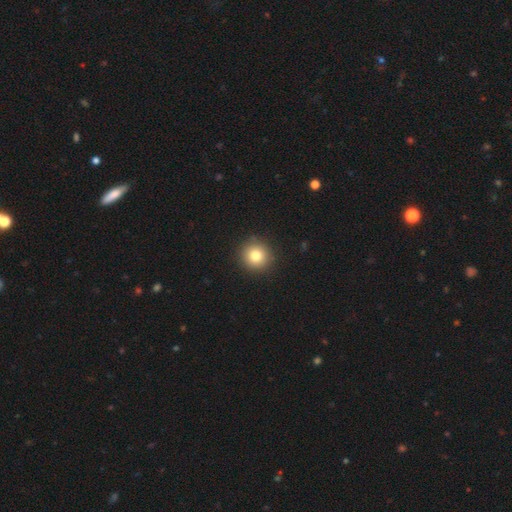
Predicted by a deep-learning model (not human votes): Smooth or featured? smooth (80%)
How rounded? round (94%)
Merging? none (91%)